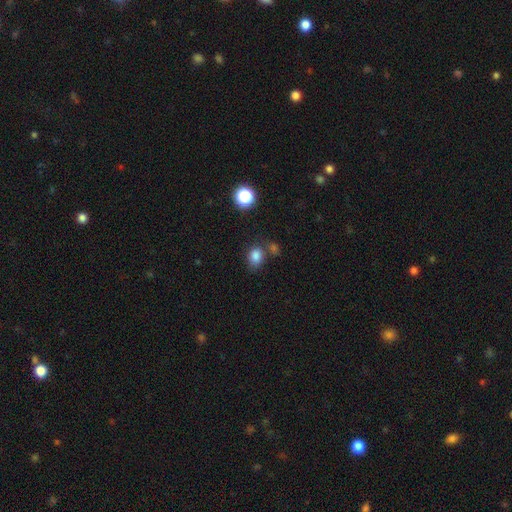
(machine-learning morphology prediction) type=smooth (82%); roundness=in between (52%); merging=none (62%).